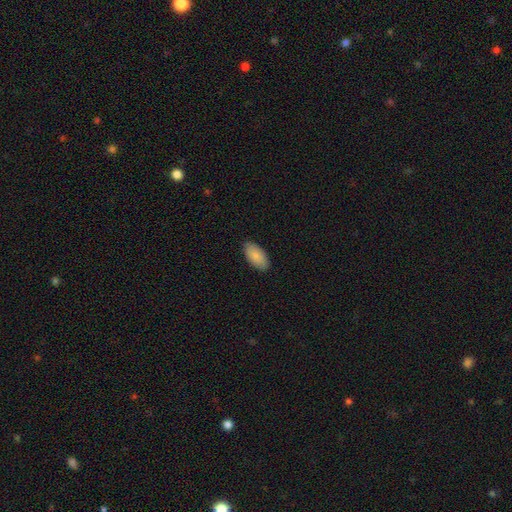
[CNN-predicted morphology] This is clearly a smooth galaxy (88%). How rounded: clearly in between (95%). Merging: clearly none (88%).